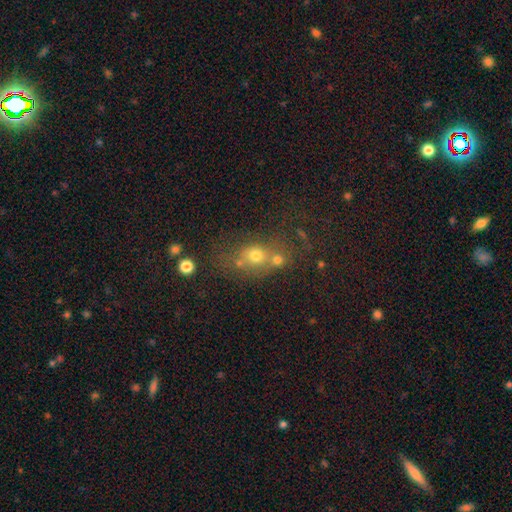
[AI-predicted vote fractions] smooth-or-featured: smooth: 61% | star or artifact: 22% | featured or disk: 18%
  how-rounded: round: 62% | in between: 35% | cigar-shaped: 2%
  merging: none: 42% | merger: 37% | minor disturbance: 12% | major disturbance: 9%